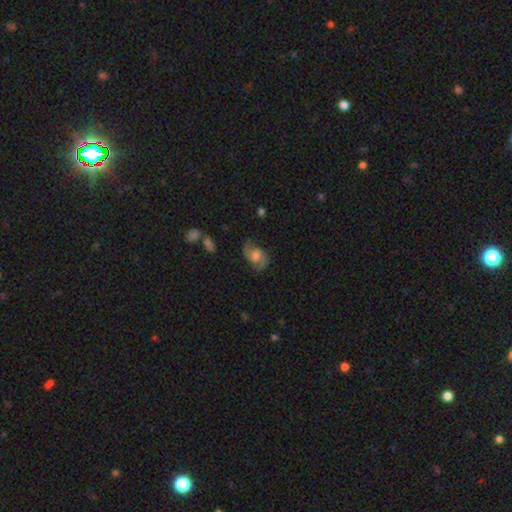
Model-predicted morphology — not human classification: Q: Smooth or featured?
A: featured or disk (82%); runner-up: smooth (11%)
Q: Edge-on disk?
A: no (98%); runner-up: yes (2%)
Q: Bar?
A: no (58%); runner-up: weak (36%)
Q: Spiral arms?
A: yes (96%); runner-up: no (4%)
Q: Spiral winding?
A: medium (49%); runner-up: loose (38%)
Q: Spiral arm count?
A: 2 (92%); runner-up: can't tell (3%)
Q: Bulge size?
A: moderate (53%); runner-up: small (23%)
Q: Merging?
A: none (76%); runner-up: minor disturbance (16%)